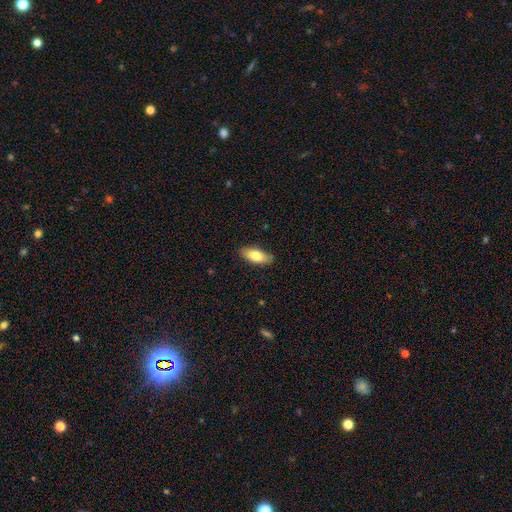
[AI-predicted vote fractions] A smooth galaxy with no disk features (79%) that is in between round and cigar-shaped (83%).

Vote fractions:
- Smooth or featured? smooth: 79% / featured or disk: 15% / star or artifact: 6%
- How rounded? in between: 83% / cigar-shaped: 14% / round: 2%
- Merging? none: 86% / minor disturbance: 11% / major disturbance: 2% / merger: 1%